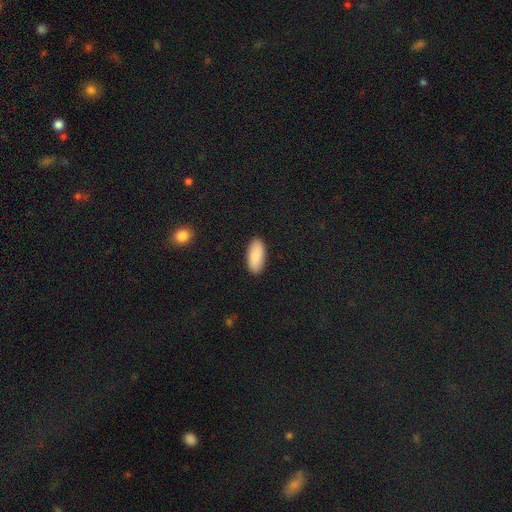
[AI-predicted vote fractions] smooth-or-featured: smooth: 88% | featured or disk: 7% | star or artifact: 6%
  how-rounded: in between: 89% | cigar-shaped: 10% | round: 2%
  merging: none: 90% | minor disturbance: 7% | major disturbance: 2% | merger: 1%